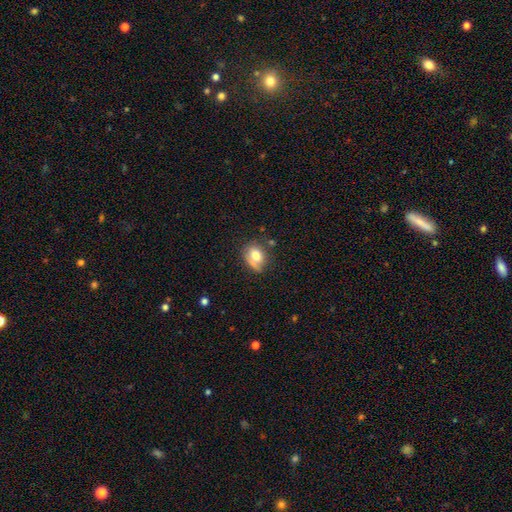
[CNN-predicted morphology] type=smooth (71%); roundness=in between (65%); merging=none (50%).